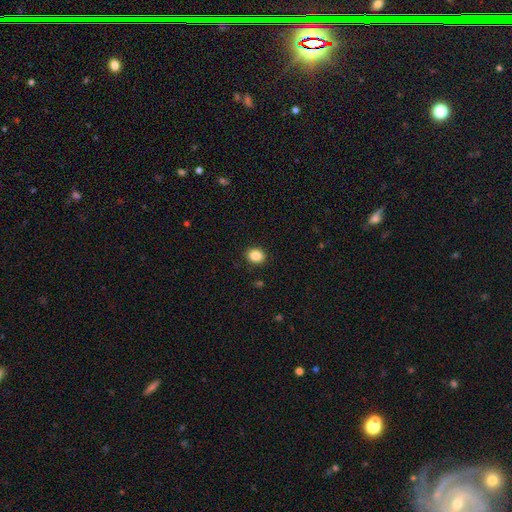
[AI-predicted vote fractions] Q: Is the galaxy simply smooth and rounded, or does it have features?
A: smooth — 87%.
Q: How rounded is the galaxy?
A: round — 52%.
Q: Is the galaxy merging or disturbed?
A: none — 90%.